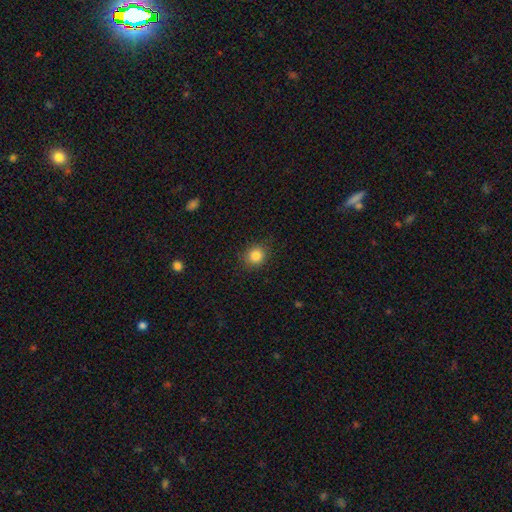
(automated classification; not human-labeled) A smooth galaxy with no disk features (85%) that is round (80%).

Vote fractions:
- Smooth or featured? smooth: 85% / star or artifact: 11% / featured or disk: 5%
- How rounded? round: 80% / in between: 19% / cigar-shaped: 1%
- Merging? none: 87% / minor disturbance: 9% / major disturbance: 3% / merger: 1%